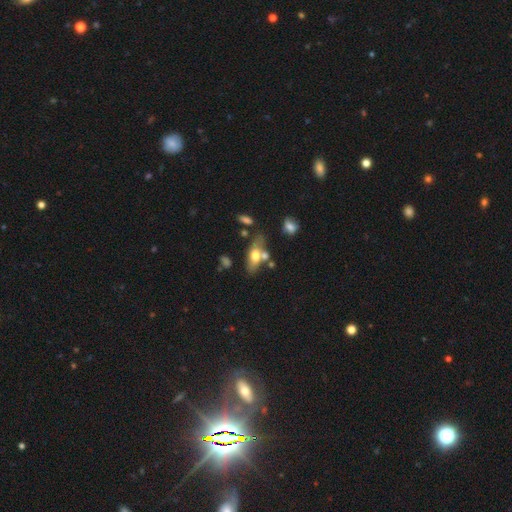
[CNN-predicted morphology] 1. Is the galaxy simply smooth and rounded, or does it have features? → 58% smooth, 35% featured or disk, 8% star or artifact.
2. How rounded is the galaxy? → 72% in between, 24% cigar-shaped, 4% round.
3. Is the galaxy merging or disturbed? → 54% none, 22% merger, 17% minor disturbance, 6% major disturbance.